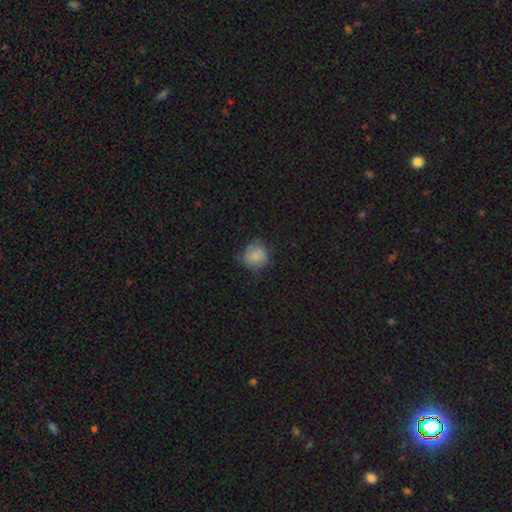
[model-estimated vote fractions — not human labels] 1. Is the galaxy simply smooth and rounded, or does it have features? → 64% smooth, 27% featured or disk, 8% star or artifact.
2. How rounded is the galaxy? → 85% round, 14% in between, 1% cigar-shaped.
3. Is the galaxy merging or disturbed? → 66% none, 25% minor disturbance, 8% major disturbance, 1% merger.